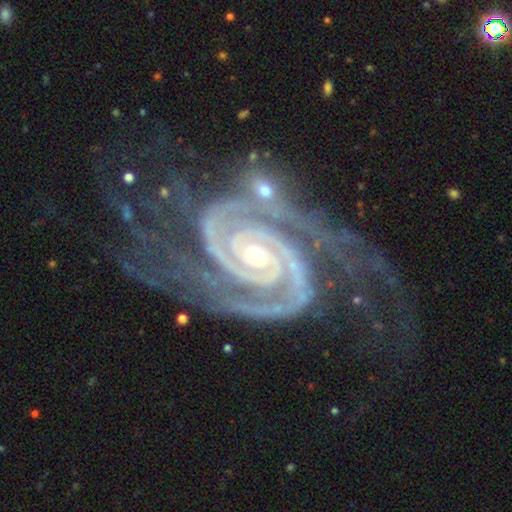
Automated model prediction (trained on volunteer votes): Overall: featured or disk (94%). Edge-on disk: no (98%). Bar: no (52%; weak 28%). Spiral arms: yes (99%). Spiral arm count: 2 (84%). Spiral winding: tight (72%). Bulge size: small (57%; moderate 39%). Merging: none (49%; major disturbance 22%).